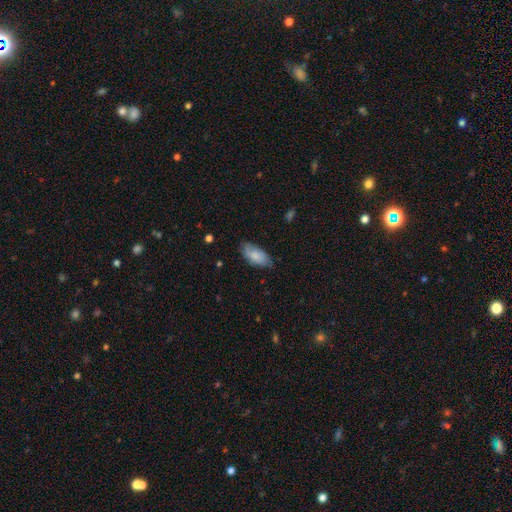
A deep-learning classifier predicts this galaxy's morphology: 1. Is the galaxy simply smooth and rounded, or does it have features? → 74% smooth, 20% featured or disk, 6% star or artifact.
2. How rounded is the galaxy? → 90% in between, 8% cigar-shaped, 2% round.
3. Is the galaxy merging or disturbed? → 70% none, 24% minor disturbance, 5% major disturbance, 1% merger.